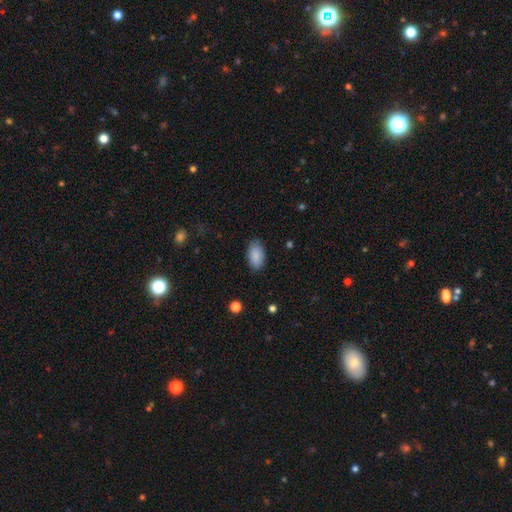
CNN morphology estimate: Q: Smooth or featured?
A: smooth (89%); runner-up: star or artifact (7%)
Q: How rounded?
A: in between (94%); runner-up: round (3%)
Q: Merging?
A: none (84%); runner-up: minor disturbance (12%)